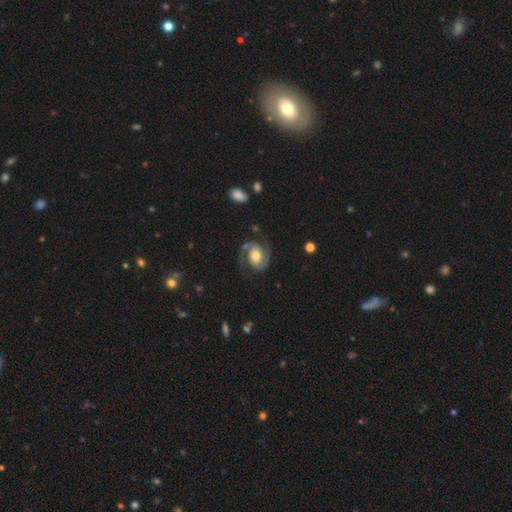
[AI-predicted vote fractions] Smooth or featured? Predicted: featured or disk (p=0.86). Edge-on disk? Predicted: no (p=0.98). Bar? Predicted: no (p=0.53). Spiral arms? Predicted: yes (p=0.96). Spiral winding? Predicted: medium (p=0.54). Spiral arm count? Predicted: 2 (p=0.92). Bulge size? Predicted: moderate (p=0.53). Merging? Predicted: none (p=0.77).